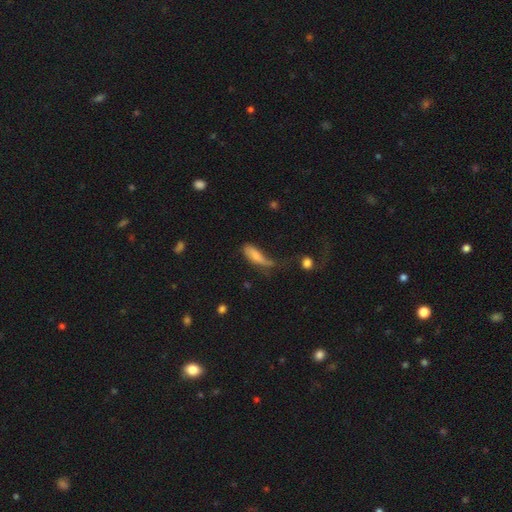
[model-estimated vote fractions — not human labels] Smooth or featured?
  - smooth: 70% *
  - featured or disk: 23%
  - star or artifact: 7%
How rounded?
  - in between: 57% *
  - cigar-shaped: 40%
  - round: 3%
Merging?
  - minor disturbance: 32% *
  - major disturbance: 31%
  - none: 29%
  - merger: 7%